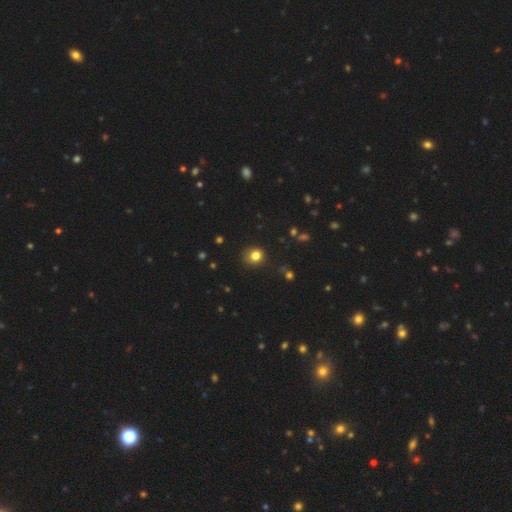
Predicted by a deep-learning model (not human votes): Q: Smooth or featured?
A: smooth (80%); runner-up: star or artifact (14%)
Q: How rounded?
A: round (77%); runner-up: in between (22%)
Q: Merging?
A: none (77%); runner-up: minor disturbance (16%)